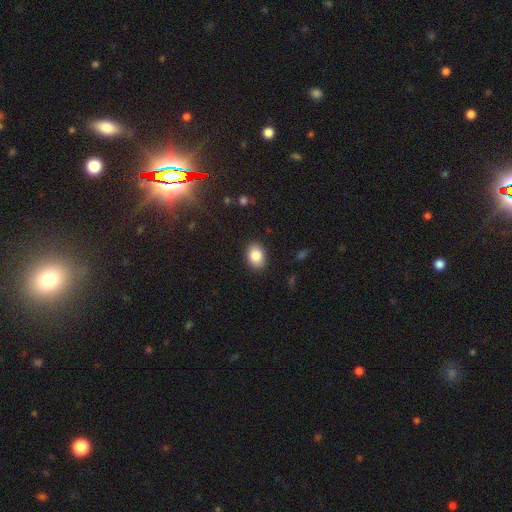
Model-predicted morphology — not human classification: A smooth galaxy with no disk features (86%) that is in between round and cigar-shaped (74%). Merging: none (88%).